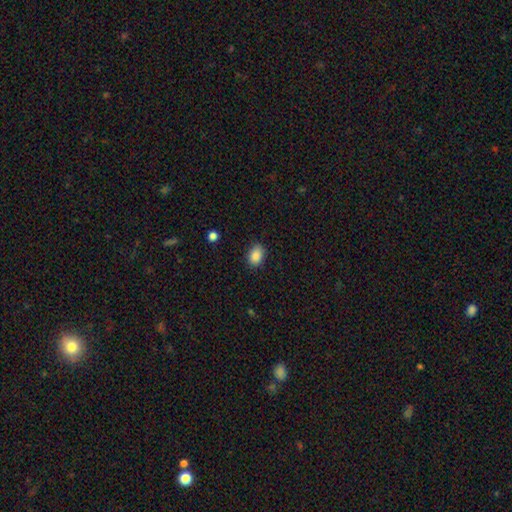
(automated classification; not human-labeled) Smooth or featured? Predicted: smooth (p=0.88). How rounded? Predicted: in between (p=0.75). Merging? Predicted: none (p=0.83).